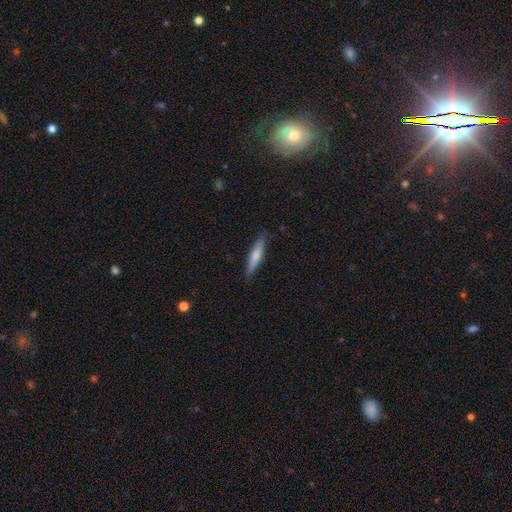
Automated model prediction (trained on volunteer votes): Q: Smooth or featured?
A: smooth (69%); runner-up: featured or disk (25%)
Q: How rounded?
A: cigar-shaped (88%); runner-up: in between (11%)
Q: Merging?
A: none (87%); runner-up: minor disturbance (10%)